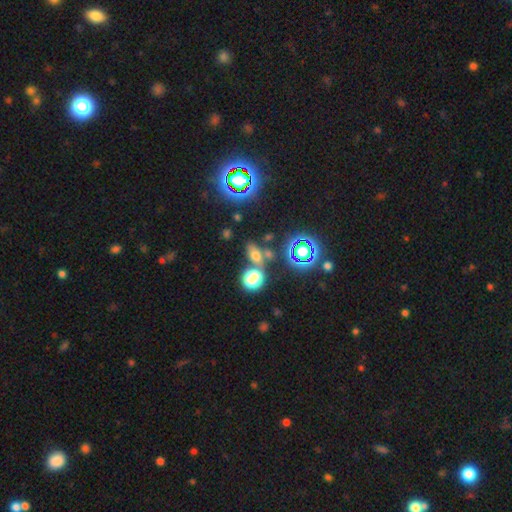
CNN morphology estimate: Smooth or featured? Predicted: smooth (p=0.57). How rounded? Predicted: in between (p=0.69). Merging? Predicted: none (p=0.61).